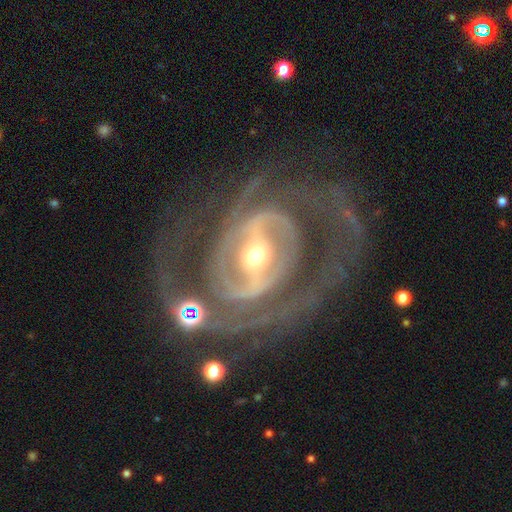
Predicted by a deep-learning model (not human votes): Q: Smooth or featured?
A: featured or disk (89%); runner-up: smooth (6%)
Q: Edge-on disk?
A: no (96%); runner-up: yes (4%)
Q: Bar?
A: strong (51%); runner-up: weak (32%)
Q: Spiral arms?
A: yes (87%); runner-up: no (13%)
Q: Spiral winding?
A: tight (47%); runner-up: medium (38%)
Q: Spiral arm count?
A: 2 (54%); runner-up: can't tell (19%)
Q: Bulge size?
A: moderate (58%); runner-up: small (35%)
Q: Merging?
A: none (59%); runner-up: major disturbance (20%)